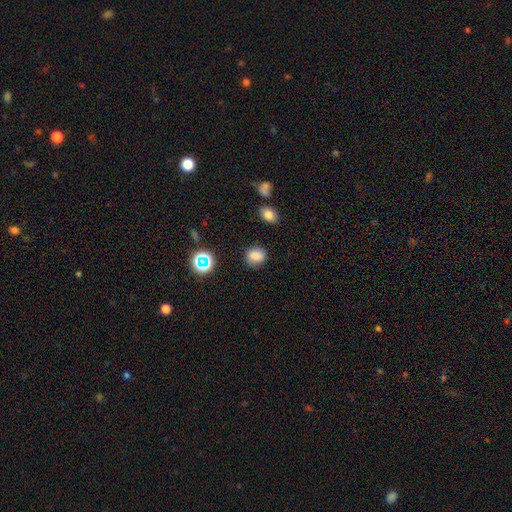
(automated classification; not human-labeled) This is likely a smooth galaxy (80%). How rounded: possibly round (59%). Merging: clearly none (83%).